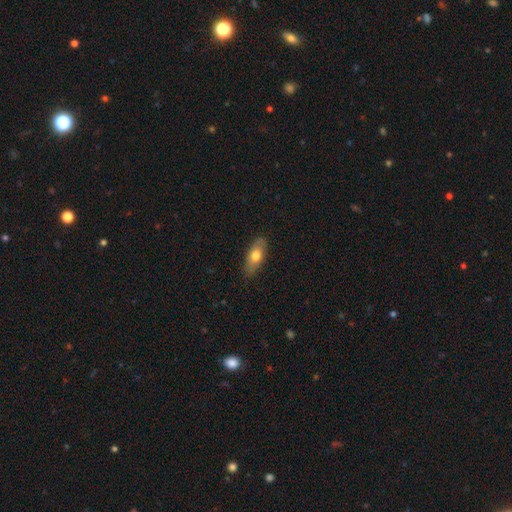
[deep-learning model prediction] Smooth or featured? smooth (66%)
How rounded? in between (82%)
Merging? none (79%)